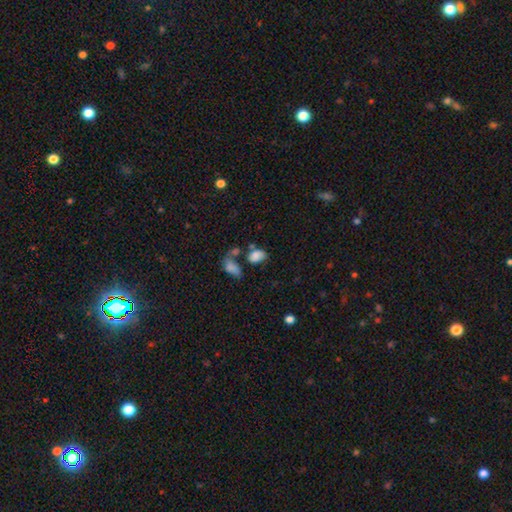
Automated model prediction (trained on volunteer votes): Morphology: type=smooth (77%); roundness=in between (85%); merging=none (38%).